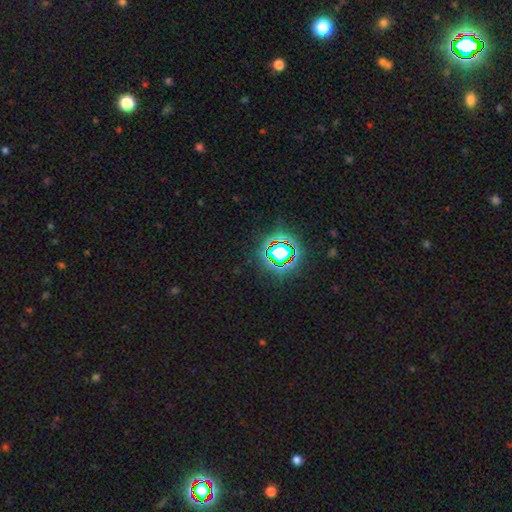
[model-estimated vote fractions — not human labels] Smooth or featured? star or artifact (79%)